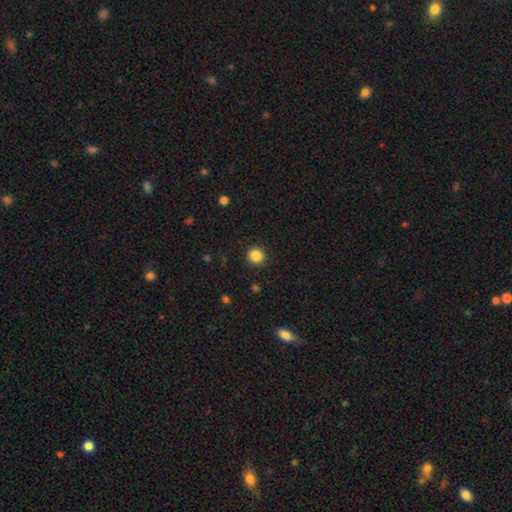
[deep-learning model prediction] Morphology: type=smooth (86%); roundness=round (94%); merging=none (92%).